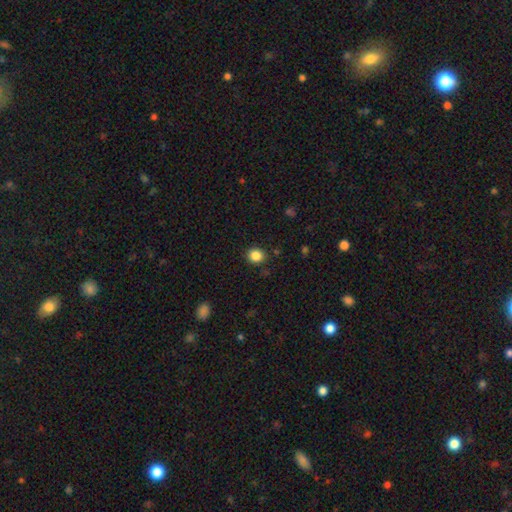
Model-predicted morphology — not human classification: A smooth galaxy with no disk features (86%) that is round (74%).

Vote fractions:
- Smooth or featured? smooth: 86% / star or artifact: 11% / featured or disk: 4%
- How rounded? round: 74% / in between: 25% / cigar-shaped: 1%
- Merging? none: 88% / minor disturbance: 8% / major disturbance: 2% / merger: 2%